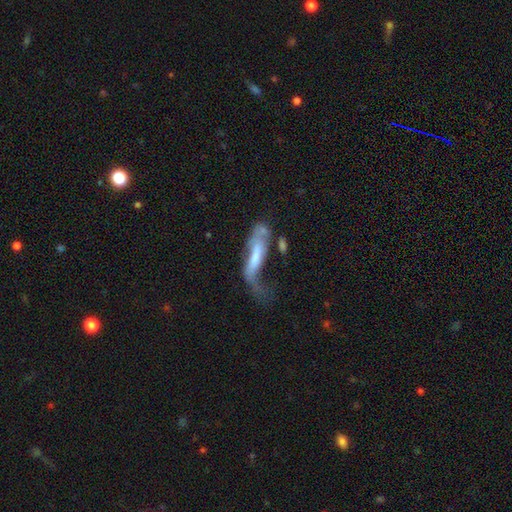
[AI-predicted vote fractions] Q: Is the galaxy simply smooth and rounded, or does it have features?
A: featured or disk — 47%.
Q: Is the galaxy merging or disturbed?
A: major disturbance — 48%.